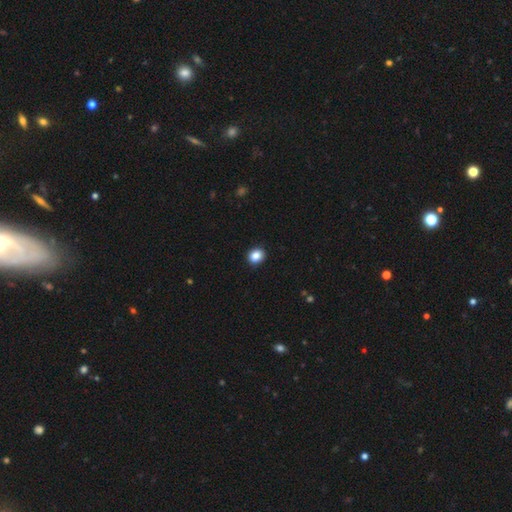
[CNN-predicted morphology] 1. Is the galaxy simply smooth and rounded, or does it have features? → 86% smooth, 9% star or artifact, 4% featured or disk.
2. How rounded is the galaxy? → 69% round, 30% in between, 1% cigar-shaped.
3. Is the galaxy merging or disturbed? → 92% none, 6% minor disturbance, 2% major disturbance, 1% merger.